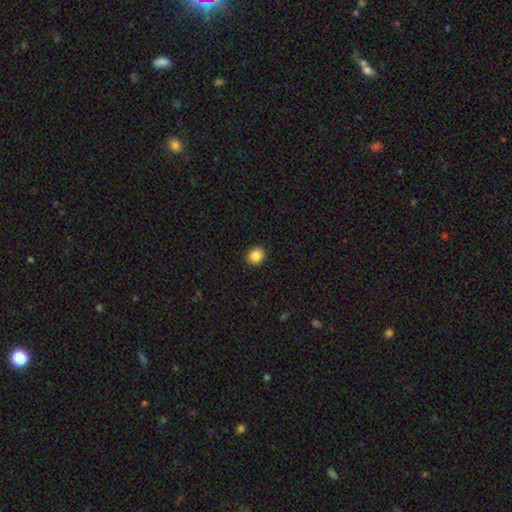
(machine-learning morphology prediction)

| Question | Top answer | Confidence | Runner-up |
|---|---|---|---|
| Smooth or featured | smooth | 86% | star or artifact (9%) |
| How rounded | round | 70% | in between (29%) |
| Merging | none | 91% | minor disturbance (6%) |